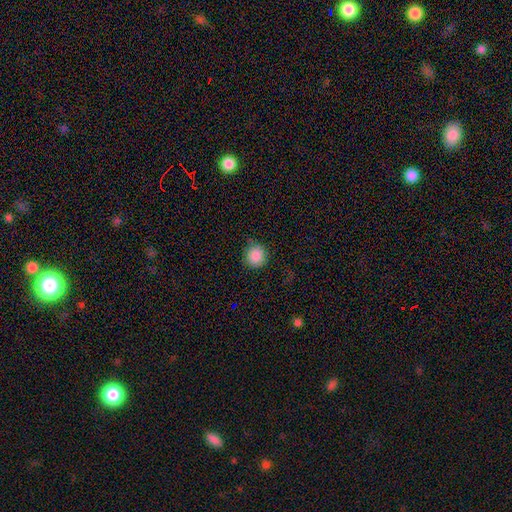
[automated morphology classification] A smooth galaxy with no disk features (87%) that is round (90%).

Vote fractions:
- Smooth or featured? smooth: 87% / star or artifact: 9% / featured or disk: 4%
- How rounded? round: 90% / in between: 9% / cigar-shaped: 1%
- Merging? none: 79% / minor disturbance: 16% / major disturbance: 4% / merger: 1%